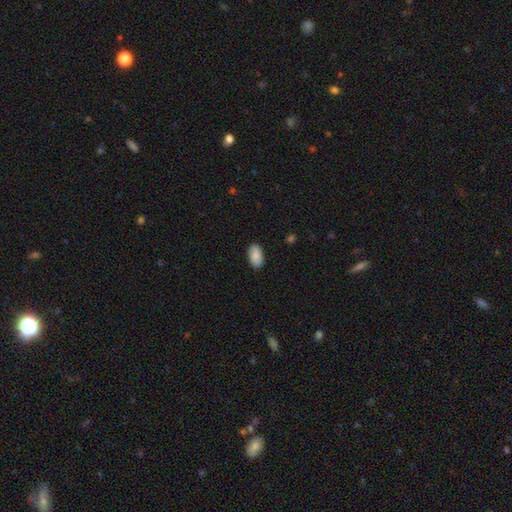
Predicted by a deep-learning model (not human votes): Smooth or featured? Predicted: smooth (p=0.86). How rounded? Predicted: in between (p=0.95). Merging? Predicted: none (p=0.85).